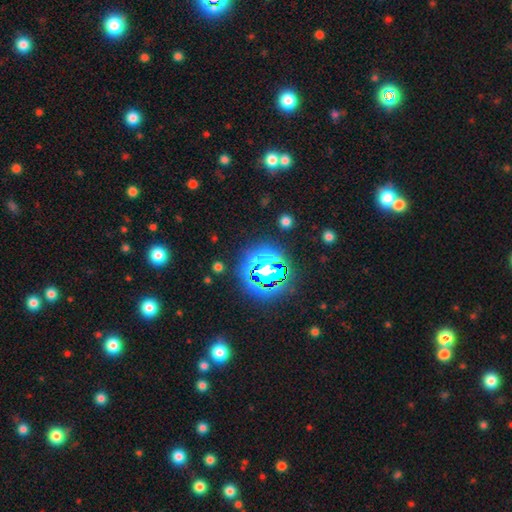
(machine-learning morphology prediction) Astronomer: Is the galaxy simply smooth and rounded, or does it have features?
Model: star or artifact — 80%.